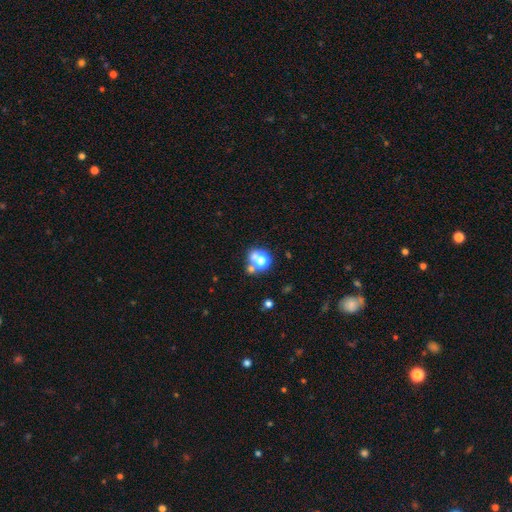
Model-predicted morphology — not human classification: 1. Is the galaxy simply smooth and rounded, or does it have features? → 68% smooth, 21% star or artifact, 11% featured or disk.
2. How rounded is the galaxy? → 57% round, 42% in between, 1% cigar-shaped.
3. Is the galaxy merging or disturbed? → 51% none, 27% merger, 14% minor disturbance, 8% major disturbance.